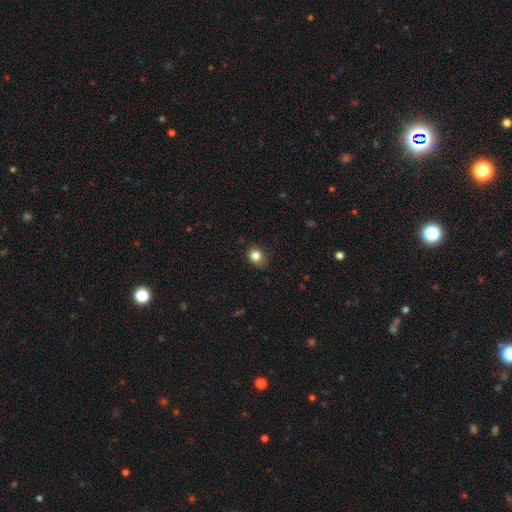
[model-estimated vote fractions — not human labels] Smooth or featured?
  - smooth: 82% *
  - star or artifact: 12%
  - featured or disk: 6%
How rounded?
  - round: 72% *
  - in between: 27%
  - cigar-shaped: 1%
Merging?
  - none: 81% *
  - minor disturbance: 15%
  - major disturbance: 3%
  - merger: 1%